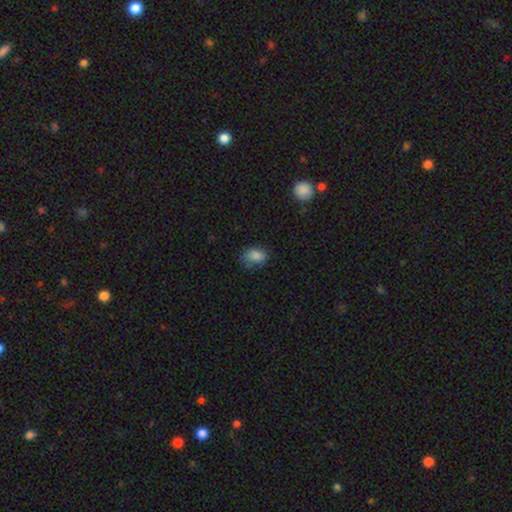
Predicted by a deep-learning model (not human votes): Smooth or featured?
  - smooth: 81% *
  - featured or disk: 10%
  - star or artifact: 9%
How rounded?
  - in between: 82% *
  - round: 16%
  - cigar-shaped: 2%
Merging?
  - none: 56% *
  - minor disturbance: 30%
  - major disturbance: 12%
  - merger: 2%